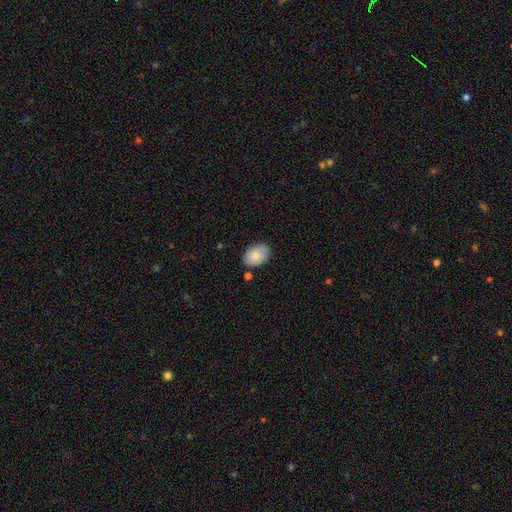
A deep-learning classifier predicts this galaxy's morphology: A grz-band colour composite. It shows a smooth galaxy with no disk features (84%) that is in between round and cigar-shaped (82%). Merging: none (78%).